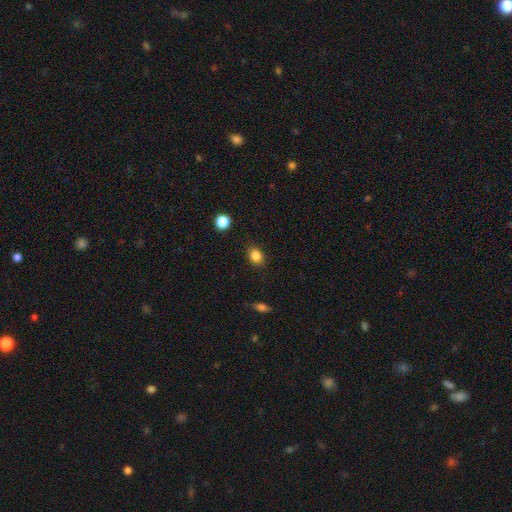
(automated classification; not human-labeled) Overall: smooth (85%). How rounded: in between (59%; round 39%). Merging: none (87%).